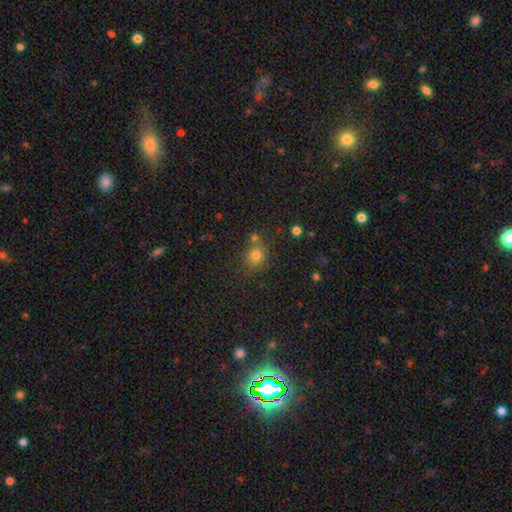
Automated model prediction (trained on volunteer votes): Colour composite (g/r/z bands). It shows a smooth galaxy with no disk features (78%) that is round (80%). Merging: none (68%).